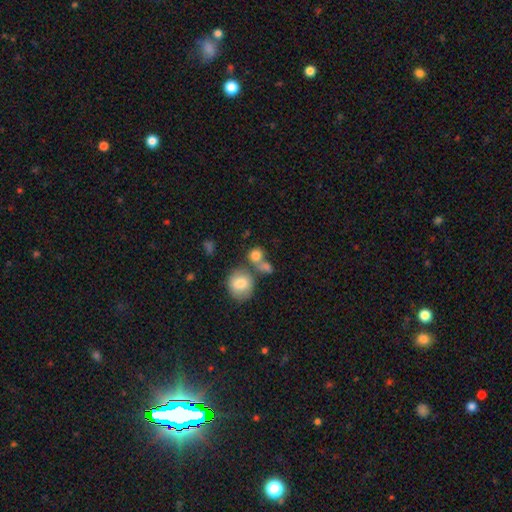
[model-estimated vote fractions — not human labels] Smooth or featured? smooth (81%)
How rounded? round (78%)
Merging? none (43%)